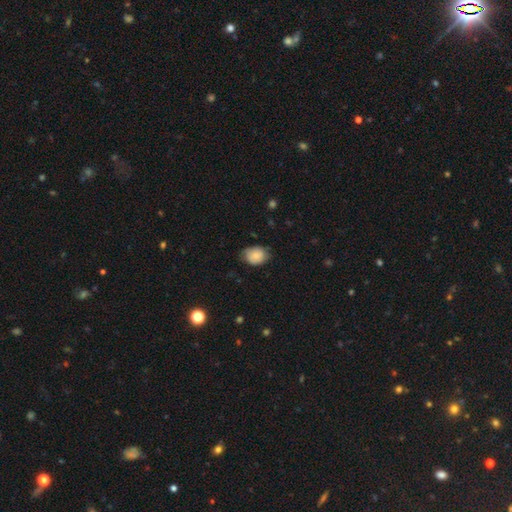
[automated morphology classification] The model was most divided on "how rounded": in between: 59%, round: 40%, cigar-shaped: 1%. More confident: smooth or featured — smooth (78%); merging — none (66%).